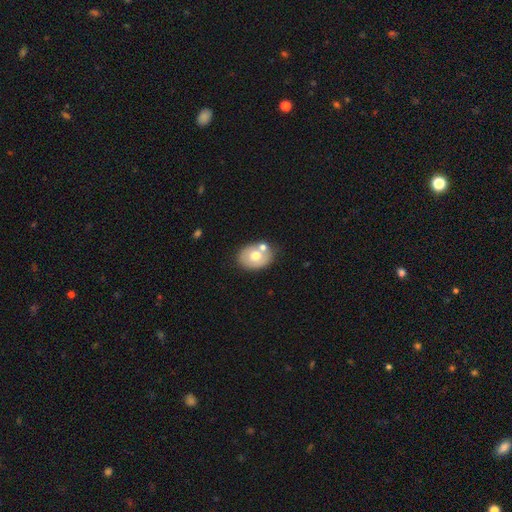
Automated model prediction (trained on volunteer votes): Morphology: type=smooth (60%); roundness=in between (65%); merging=none (59%).